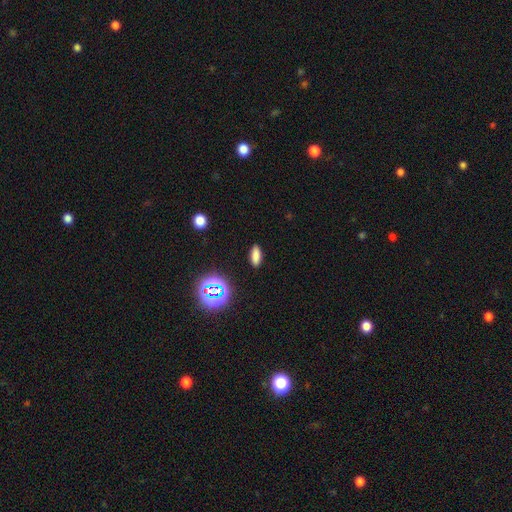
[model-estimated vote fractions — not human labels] A smooth galaxy with no disk features (76%) that is in between round and cigar-shaped (73%). Merging: none (89%).